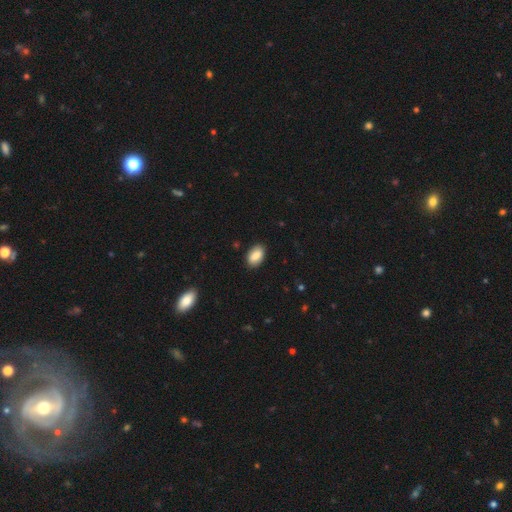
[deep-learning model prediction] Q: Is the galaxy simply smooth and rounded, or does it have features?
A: smooth — 86%.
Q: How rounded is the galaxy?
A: in between — 92%.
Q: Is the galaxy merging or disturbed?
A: none — 89%.